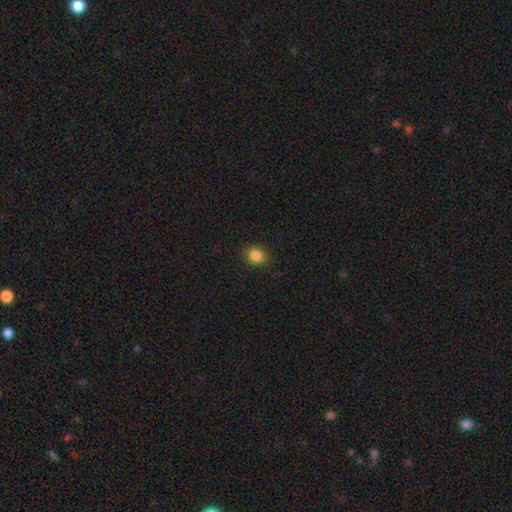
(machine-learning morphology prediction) This is clearly a smooth galaxy (86%). How rounded: likely round (75%). Merging: clearly none (87%).